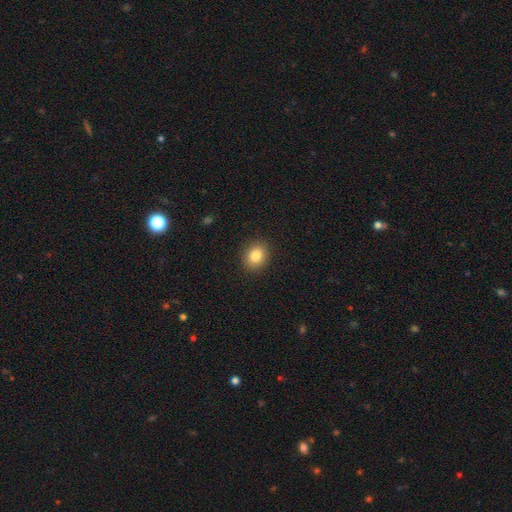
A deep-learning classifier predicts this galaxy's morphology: A smooth galaxy with no disk features (84%) that is round (63%). Merging: none (90%).